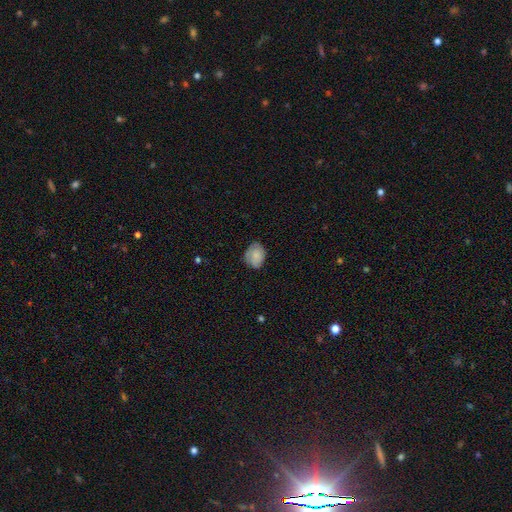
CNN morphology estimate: type=smooth (76%); roundness=in between (62%); merging=none (66%).